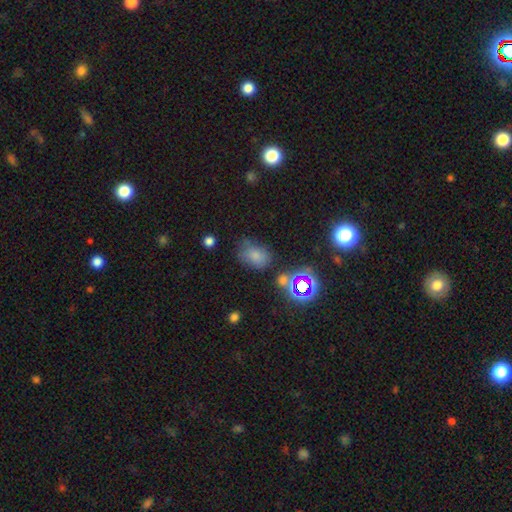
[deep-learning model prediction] The model was most divided on "merging": none: 56%, minor disturbance: 24%, major disturbance: 10%, merger: 9%. More confident: how rounded — in between (76%); smooth or featured — smooth (67%).